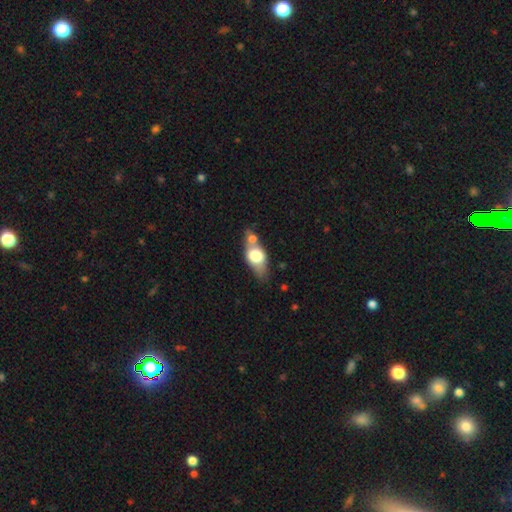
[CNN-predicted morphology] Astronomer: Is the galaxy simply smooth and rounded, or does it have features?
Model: smooth — 61%.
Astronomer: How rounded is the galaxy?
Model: in between — 76%.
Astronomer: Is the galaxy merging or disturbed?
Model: none — 37% (runner-up: merger, 34%).